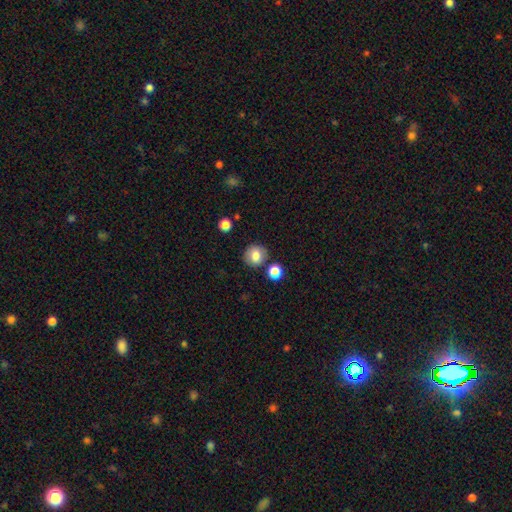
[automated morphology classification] A smooth galaxy with no disk features (81%) that is round (87%).

Vote fractions:
- Smooth or featured? smooth: 81% / star or artifact: 10% / featured or disk: 9%
- How rounded? round: 87% / in between: 12% / cigar-shaped: 1%
- Merging? none: 81% / minor disturbance: 10% / merger: 7% / major disturbance: 3%